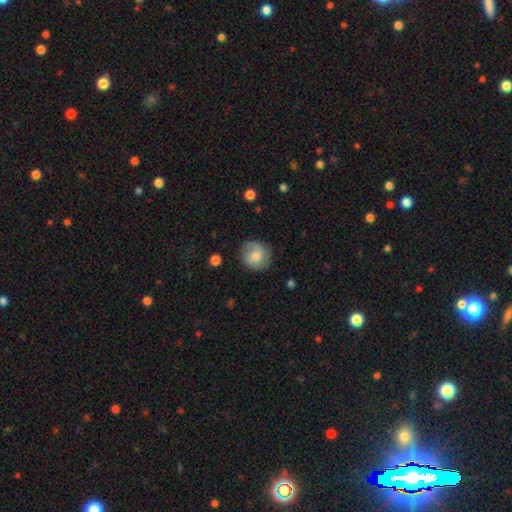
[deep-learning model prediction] Morphology: type=smooth (57%); roundness=round (86%); merging=none (75%).